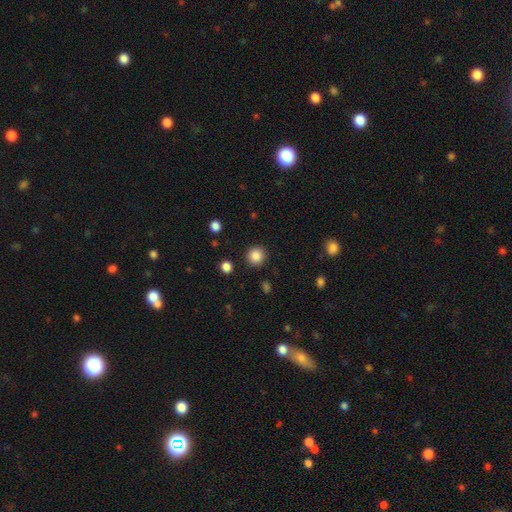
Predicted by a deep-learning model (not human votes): smooth_or_featured: smooth (p=0.86) [alt: star or artifact p=0.10]
how_rounded: round (p=0.93) [alt: in between p=0.06]
merging: none (p=0.90) [alt: minor disturbance p=0.06]